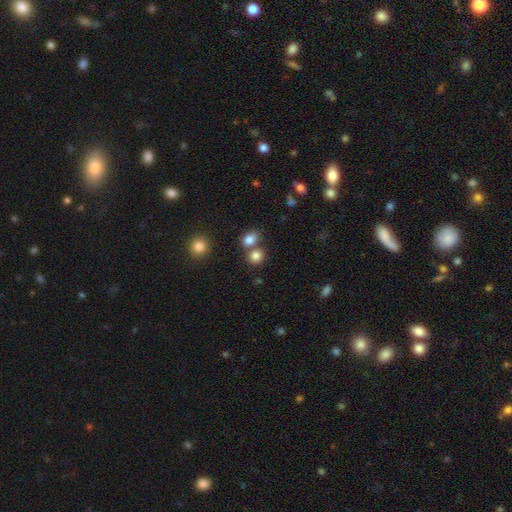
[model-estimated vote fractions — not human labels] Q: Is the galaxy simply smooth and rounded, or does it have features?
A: smooth — 82%.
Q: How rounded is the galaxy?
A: round — 78%.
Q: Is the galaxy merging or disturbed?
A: none — 60%.